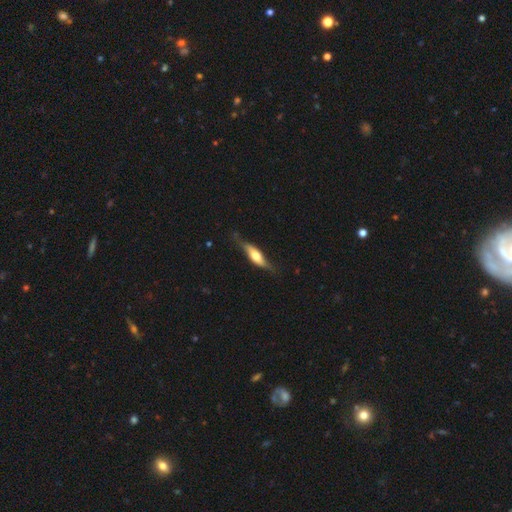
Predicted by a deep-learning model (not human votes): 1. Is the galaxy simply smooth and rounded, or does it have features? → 48% featured or disk, 47% smooth, 6% star or artifact.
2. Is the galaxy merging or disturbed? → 65% none, 26% minor disturbance, 7% major disturbance, 2% merger.